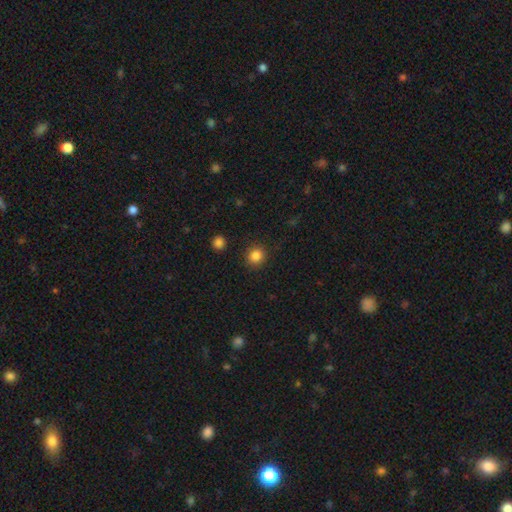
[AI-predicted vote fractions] Smooth or featured? Predicted: smooth (p=0.85). How rounded? Predicted: round (p=0.89). Merging? Predicted: none (p=0.90).